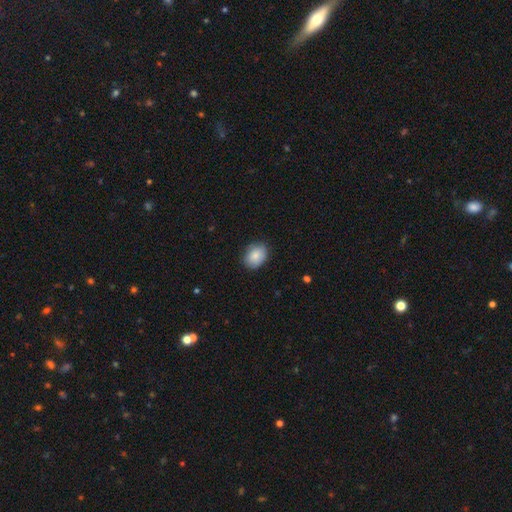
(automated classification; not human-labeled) This is clearly a smooth galaxy (84%). How rounded: likely in between (65%). Merging: clearly none (82%).